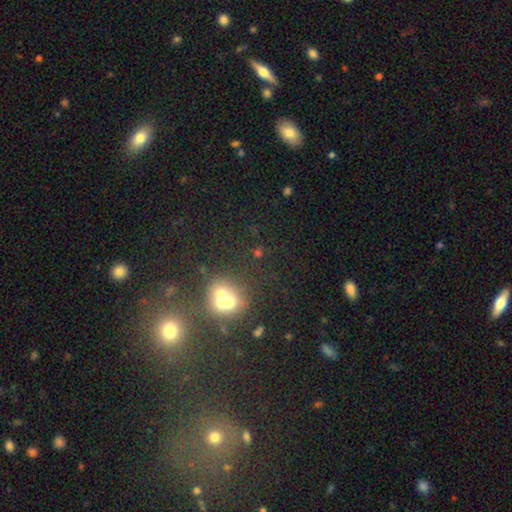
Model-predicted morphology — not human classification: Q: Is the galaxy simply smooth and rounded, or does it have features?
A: smooth — 50%.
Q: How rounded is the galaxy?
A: round — 70%.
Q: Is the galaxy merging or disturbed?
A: none — 53%.